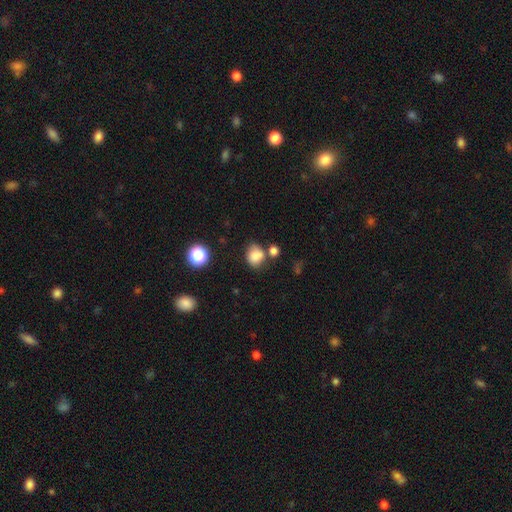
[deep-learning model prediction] Smooth or featured? smooth (82%)
How rounded? round (58%)
Merging? none (57%)